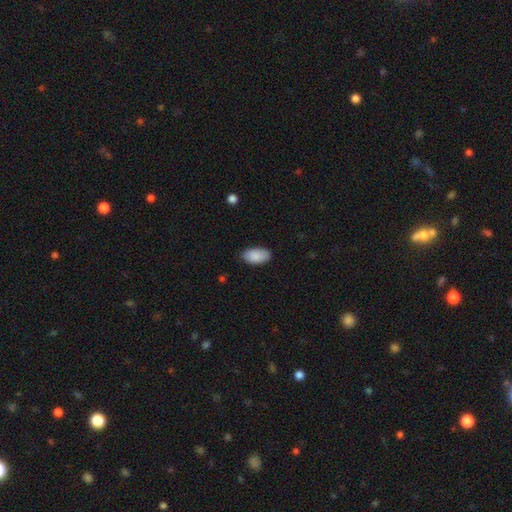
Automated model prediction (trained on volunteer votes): A smooth galaxy with no disk features (89%) that is in between round and cigar-shaped (95%).

Vote fractions:
- Smooth or featured? smooth: 89% / star or artifact: 6% / featured or disk: 5%
- How rounded? in between: 95% / round: 3% / cigar-shaped: 2%
- Merging? none: 84% / minor disturbance: 13% / major disturbance: 2% / merger: 1%